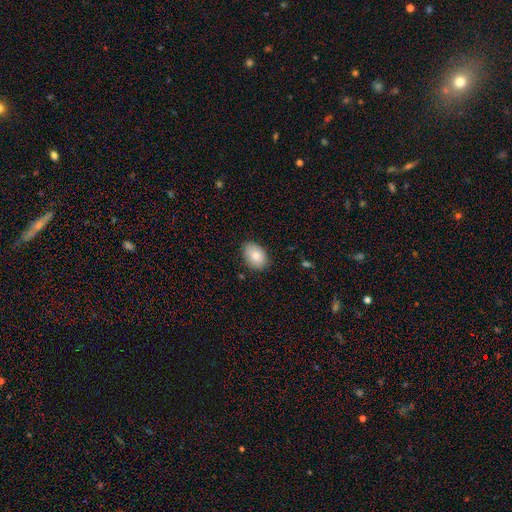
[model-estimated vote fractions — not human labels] This is clearly a smooth galaxy (82%). How rounded: likely in between (79%). Merging: clearly none (83%).